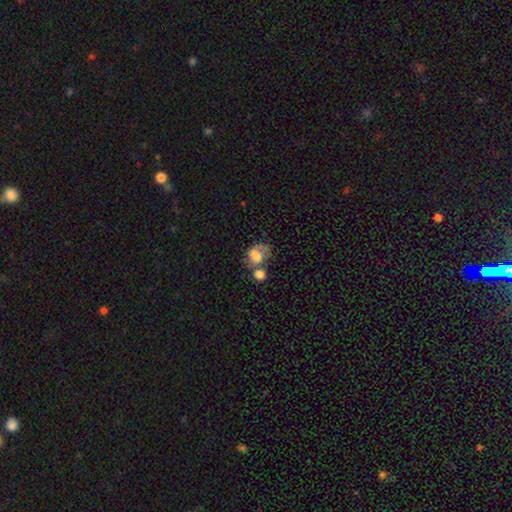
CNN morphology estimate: This appears to be a smooth galaxy with no disk features (64%) that is in between round and cigar-shaped (57%). Merging: merger (46%).